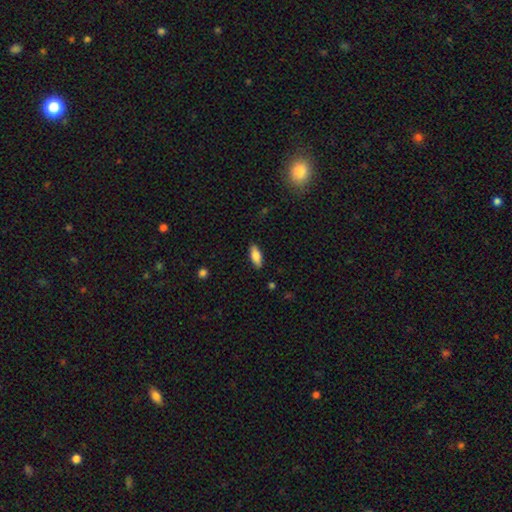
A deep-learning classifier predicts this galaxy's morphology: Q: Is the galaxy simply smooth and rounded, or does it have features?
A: smooth — 83%.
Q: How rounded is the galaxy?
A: in between — 78%.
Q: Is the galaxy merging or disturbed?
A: none — 88%.